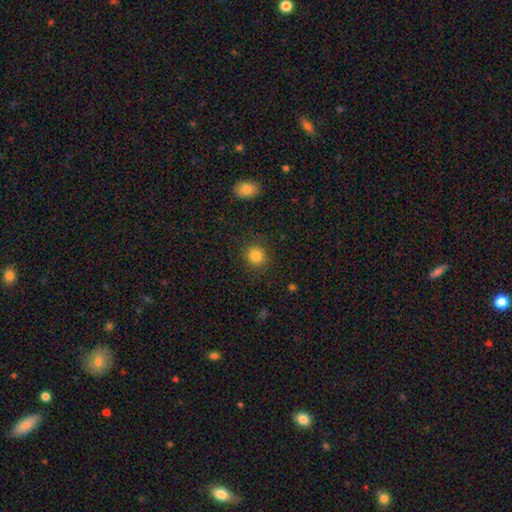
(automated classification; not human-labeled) The model was most divided on "how rounded": round: 85%, in between: 14%, cigar-shaped: 1%. More confident: merging — none (88%); smooth or featured — smooth (84%).